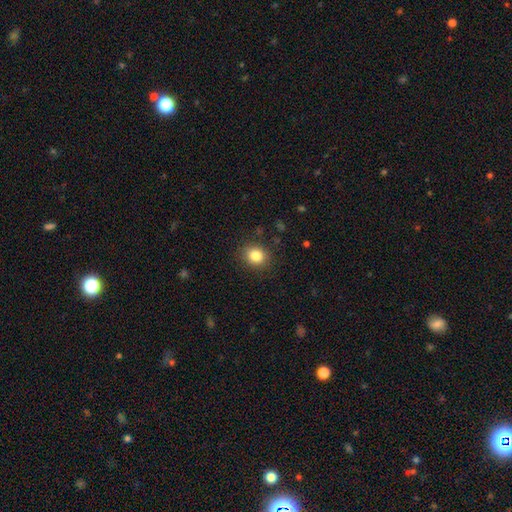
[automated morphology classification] This is clearly a smooth galaxy (83%). How rounded: likely round (74%). Merging: clearly none (88%).